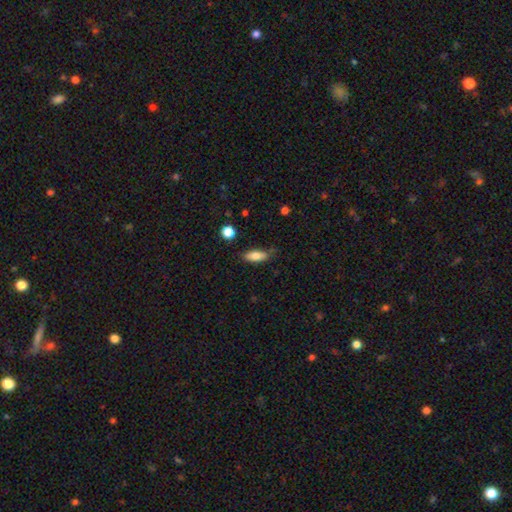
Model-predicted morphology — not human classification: The model was most divided on "merging": none: 70%, minor disturbance: 23%, major disturbance: 5%, merger: 3%. More confident: smooth or featured — smooth (78%); how rounded — in between (77%).